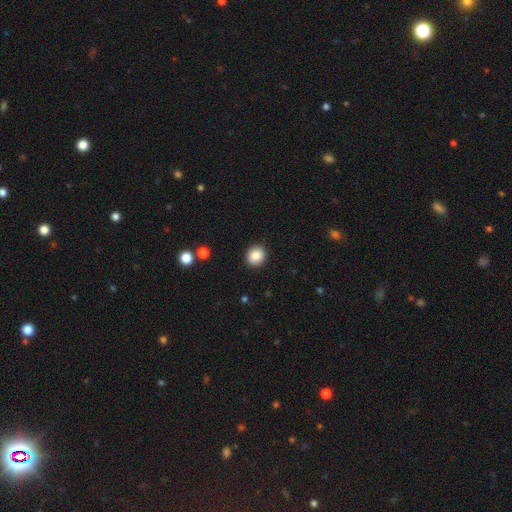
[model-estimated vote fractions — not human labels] smooth 87%, star or artifact 9%, featured or disk 4%. Down the decision tree: how rounded — round (83%); merging — none (90%).